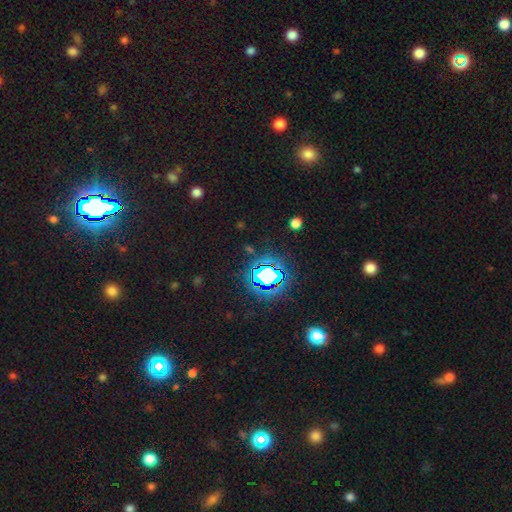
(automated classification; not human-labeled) This appears to be a star or artifact, not a galaxy (81%).